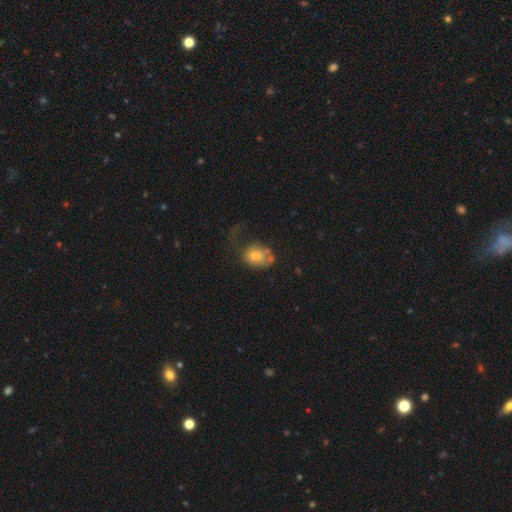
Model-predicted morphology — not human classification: A smooth galaxy with no disk features (65%) that is in between round and cigar-shaped (65%). Merging: major disturbance (39%).